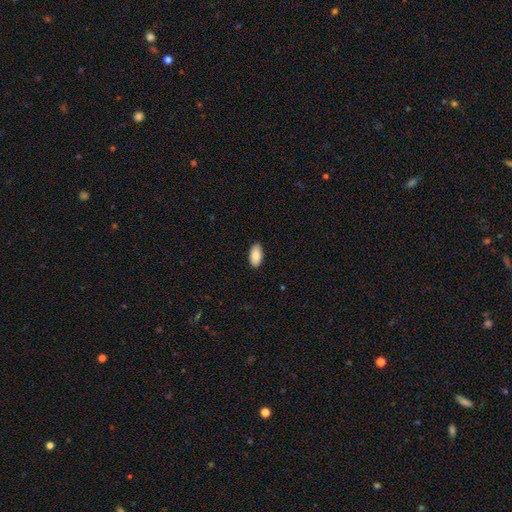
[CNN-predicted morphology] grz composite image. It shows a smooth galaxy with no disk features (87%) that is in between round and cigar-shaped (94%). Merging: none (89%).